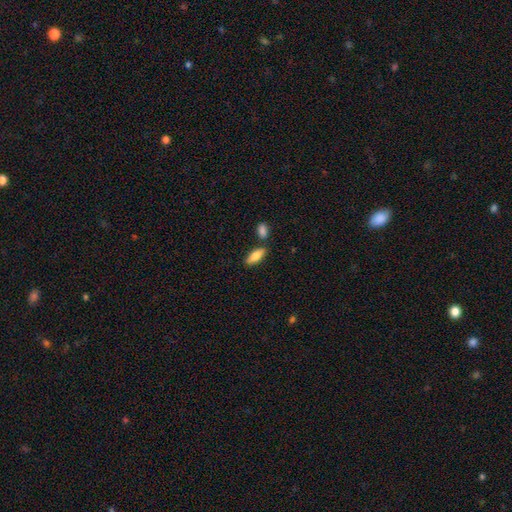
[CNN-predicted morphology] Smooth or featured? Predicted: smooth (p=0.79). How rounded? Predicted: in between (p=0.75). Merging? Predicted: none (p=0.77).